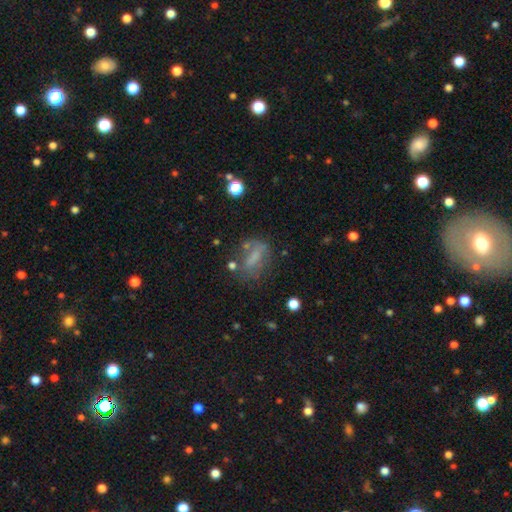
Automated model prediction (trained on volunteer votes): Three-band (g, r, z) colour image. It shows a smooth galaxy with no disk features (54%) that is in between round and cigar-shaped (64%). Merging: none (50%).